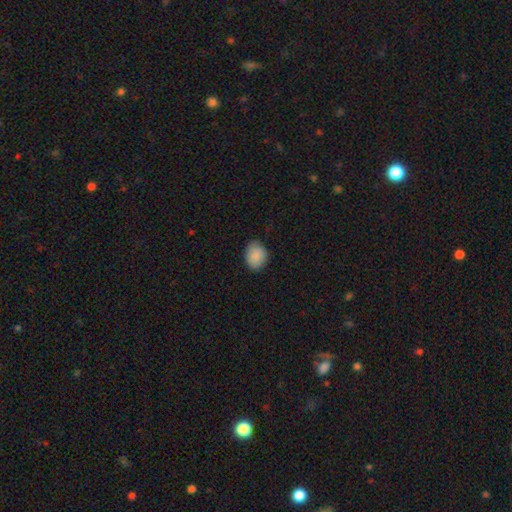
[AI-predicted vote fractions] smooth_or_featured: smooth (p=0.88) [alt: star or artifact p=0.07]
how_rounded: in between (p=0.55) [alt: round p=0.45]
merging: none (p=0.78) [alt: minor disturbance p=0.18]